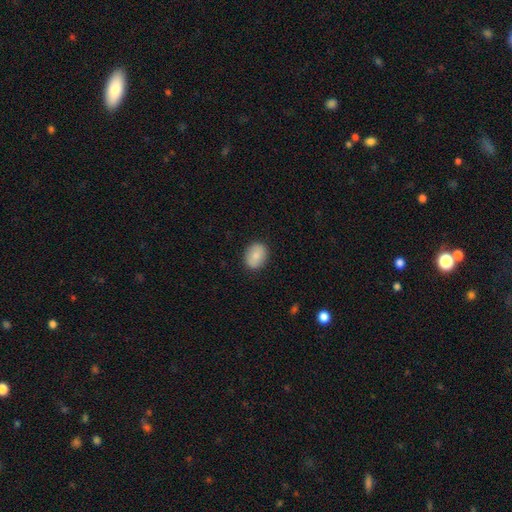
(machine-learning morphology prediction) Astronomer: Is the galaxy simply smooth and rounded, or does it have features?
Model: smooth — 83%.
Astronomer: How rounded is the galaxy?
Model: in between — 64%.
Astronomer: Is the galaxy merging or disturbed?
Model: none — 87%.